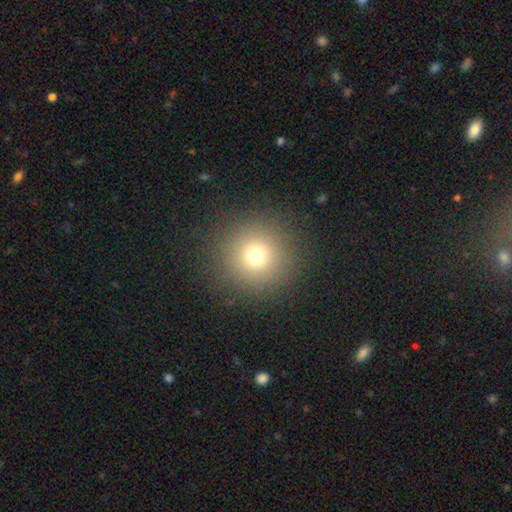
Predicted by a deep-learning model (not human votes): Smooth or featured? smooth (72%)
How rounded? round (96%)
Merging? none (90%)